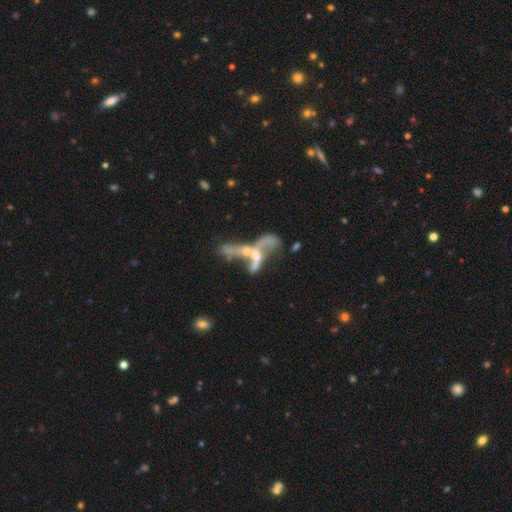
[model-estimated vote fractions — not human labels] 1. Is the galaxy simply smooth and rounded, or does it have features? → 62% featured or disk, 26% smooth, 12% star or artifact.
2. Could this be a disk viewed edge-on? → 88% no, 12% yes.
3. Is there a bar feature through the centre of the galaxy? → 74% no, 18% weak, 7% strong.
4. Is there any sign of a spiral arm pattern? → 68% no, 32% yes.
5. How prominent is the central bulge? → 34% none, 31% moderate, 28% small, 6% large, 2% dominant.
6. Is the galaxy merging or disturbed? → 63% merger, 19% major disturbance, 11% none, 6% minor disturbance.